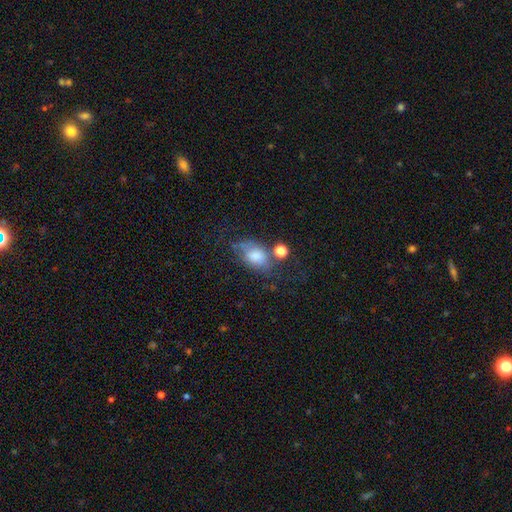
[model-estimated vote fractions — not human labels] Smooth or featured? smooth (66%)
How rounded? in between (78%)
Merging? none (39%)